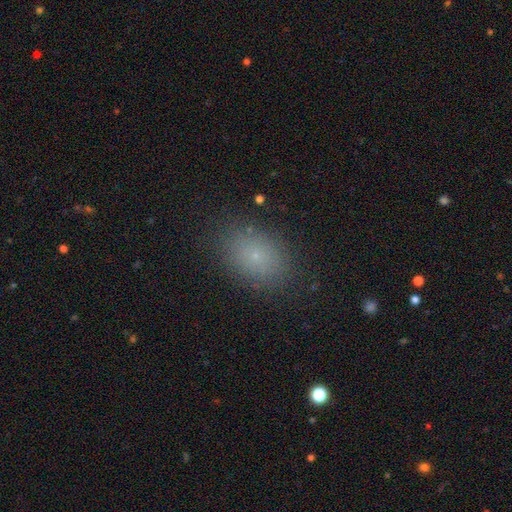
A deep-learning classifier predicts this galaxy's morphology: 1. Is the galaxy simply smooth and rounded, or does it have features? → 74% smooth, 15% star or artifact, 10% featured or disk.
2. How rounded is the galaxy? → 74% in between, 25% round, 1% cigar-shaped.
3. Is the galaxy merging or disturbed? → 85% none, 10% minor disturbance, 4% major disturbance, 1% merger.